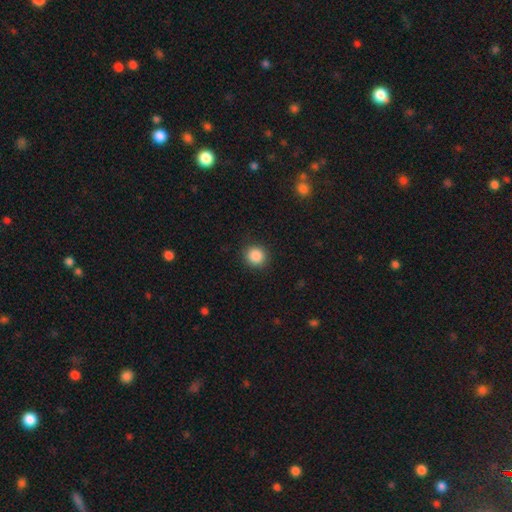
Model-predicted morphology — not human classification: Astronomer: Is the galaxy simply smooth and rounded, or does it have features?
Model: smooth — 87%.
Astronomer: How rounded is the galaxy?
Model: round — 91%.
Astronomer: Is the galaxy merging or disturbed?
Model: none — 91%.